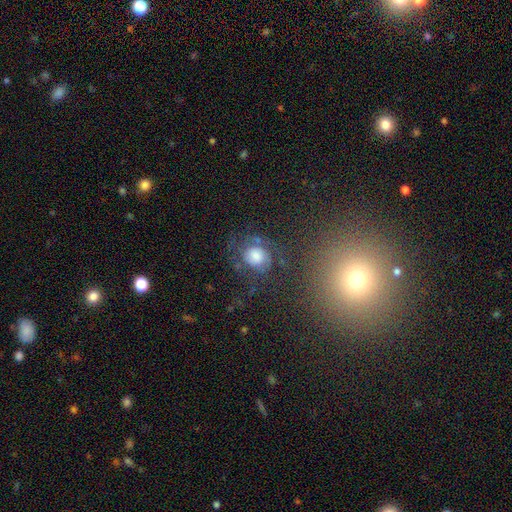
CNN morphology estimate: smooth-or-featured: smooth: 45% | featured or disk: 39% | star or artifact: 16%
  merging: none: 58% | minor disturbance: 20% | major disturbance: 16% | merger: 5%